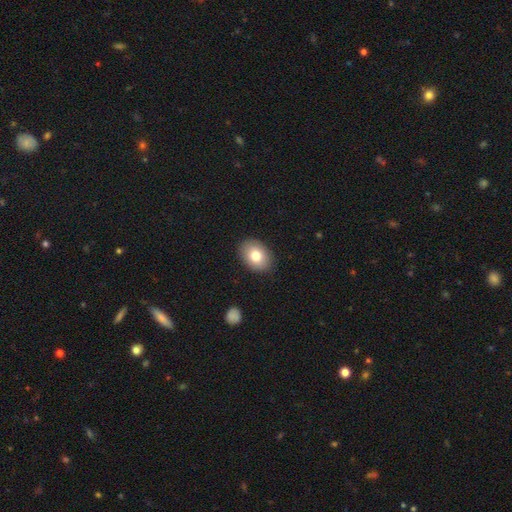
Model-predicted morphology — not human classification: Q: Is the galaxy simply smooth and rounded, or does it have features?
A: smooth — 79%.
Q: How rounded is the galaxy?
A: in between — 75%.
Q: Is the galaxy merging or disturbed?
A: none — 88%.